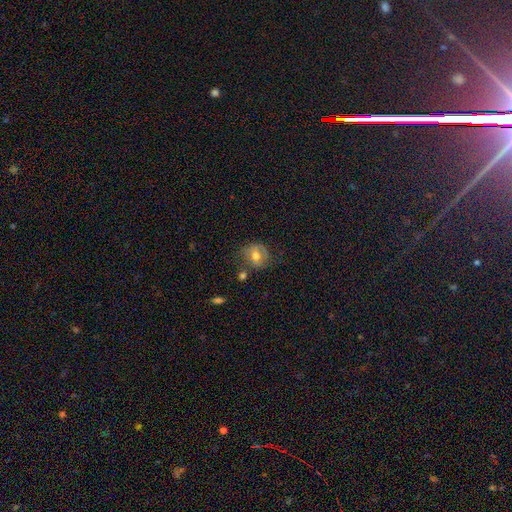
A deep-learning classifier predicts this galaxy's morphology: type=smooth (54%); roundness=round (68%); merging=none (60%).